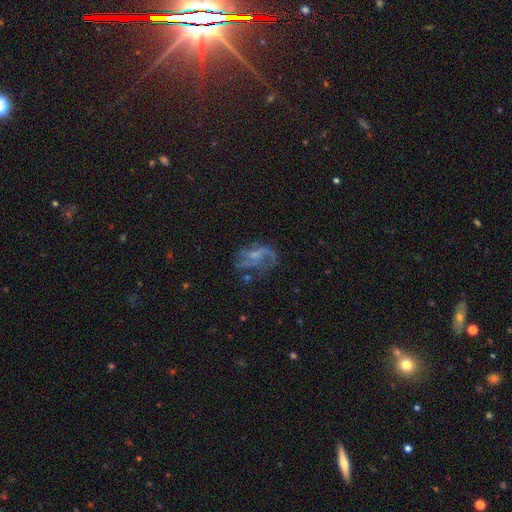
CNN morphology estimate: Smooth or featured? featured or disk (71%)
Edge-on disk? no (97%)
Bar? no (50%)
Spiral arms? yes (78%)
Spiral winding? loose (56%)
Spiral arm count? 2 (40%)
Bulge size? small (47%)
Merging? none (44%)